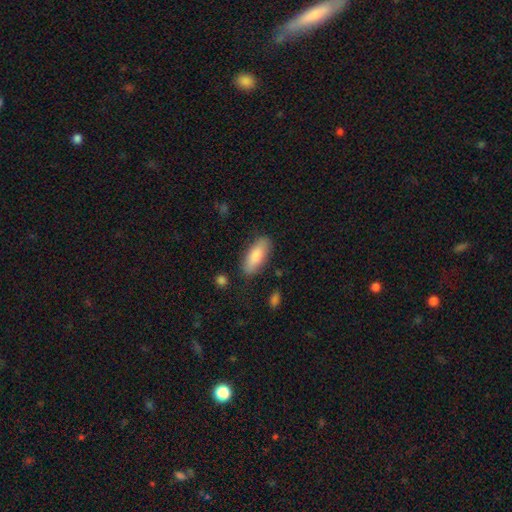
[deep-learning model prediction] smooth-or-featured: smooth: 82% | featured or disk: 12% | star or artifact: 6%
  how-rounded: in between: 76% | cigar-shaped: 22% | round: 2%
  merging: none: 84% | minor disturbance: 12% | major disturbance: 3% | merger: 2%